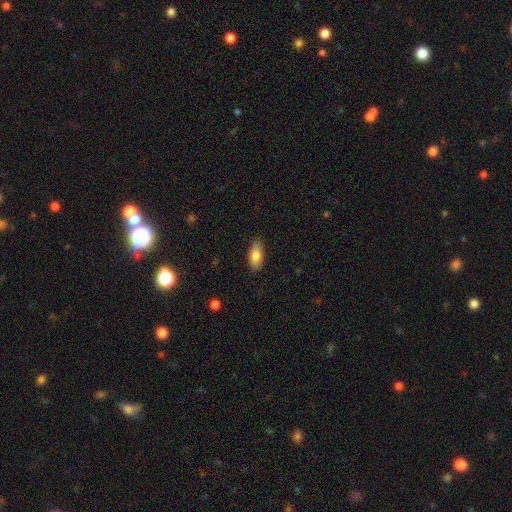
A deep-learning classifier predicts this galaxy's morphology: A smooth galaxy with no disk features (83%) that is in between round and cigar-shaped (88%).

Vote fractions:
- Smooth or featured? smooth: 83% / featured or disk: 10% / star or artifact: 7%
- How rounded? in between: 88% / cigar-shaped: 9% / round: 3%
- Merging? none: 87% / minor disturbance: 10% / major disturbance: 2% / merger: 1%